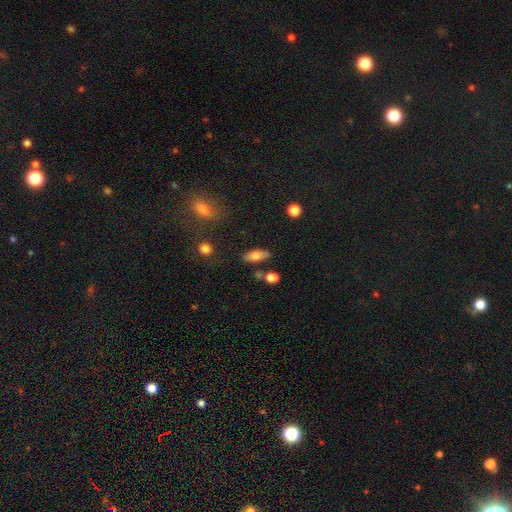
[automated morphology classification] smooth-or-featured: smooth: 76% | featured or disk: 16% | star or artifact: 8%
  how-rounded: in between: 76% | cigar-shaped: 21% | round: 3%
  merging: none: 78% | minor disturbance: 12% | merger: 6% | major disturbance: 3%